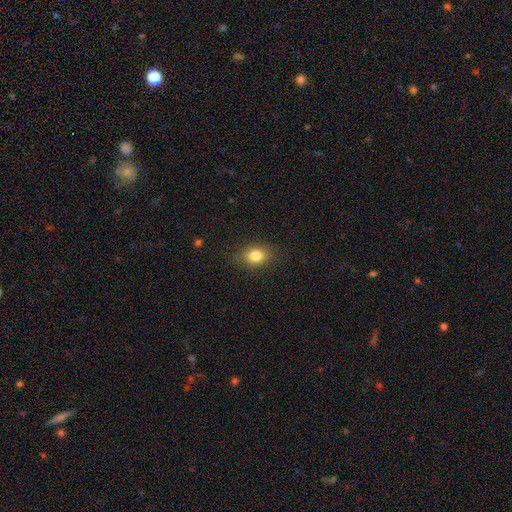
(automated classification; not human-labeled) smooth-or-featured: smooth: 82% | star or artifact: 10% | featured or disk: 8%
  how-rounded: in between: 67% | round: 31% | cigar-shaped: 2%
  merging: none: 84% | minor disturbance: 12% | major disturbance: 3% | merger: 1%